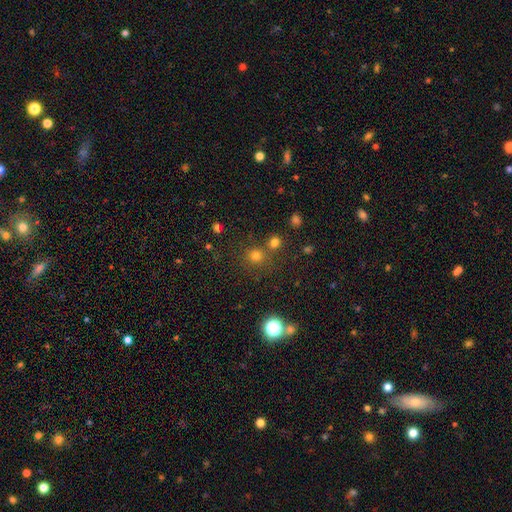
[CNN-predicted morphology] type=smooth (73%); roundness=round (90%); merging=none (71%).